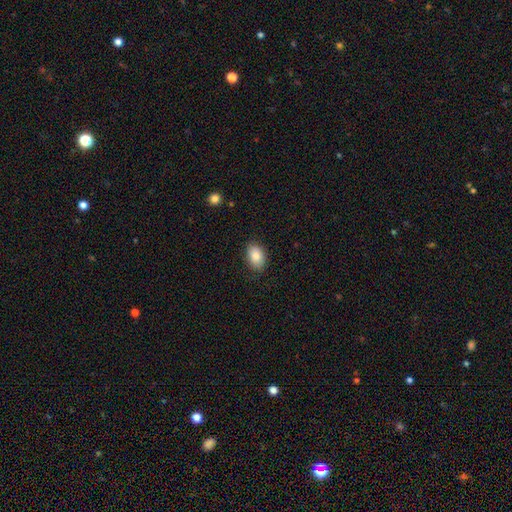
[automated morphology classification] This is clearly a smooth galaxy (84%). How rounded: clearly in between (86%). Merging: clearly none (85%).